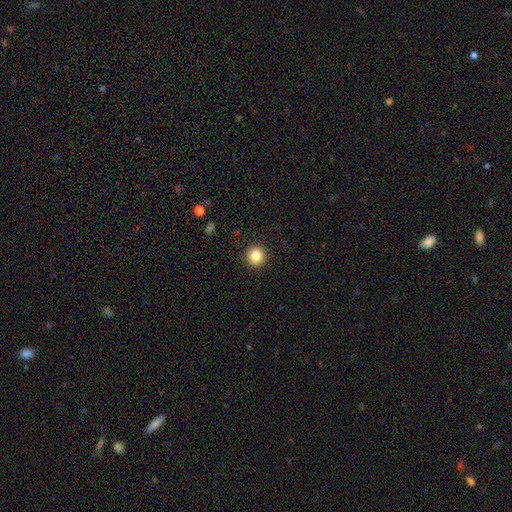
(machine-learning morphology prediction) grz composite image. It shows a smooth galaxy with no disk features (84%) that is round (94%). Merging: none (93%).